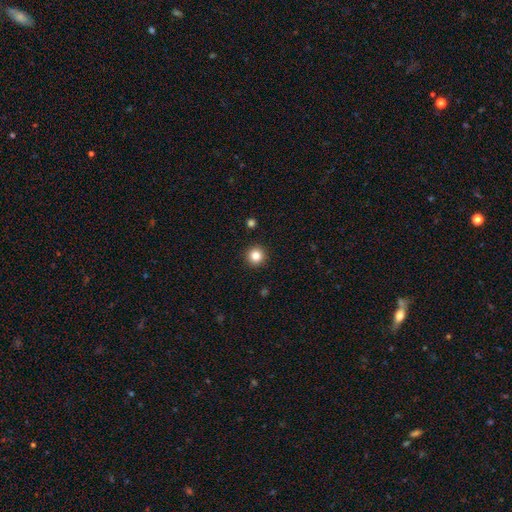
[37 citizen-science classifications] This appears to be a smooth galaxy with no disk features (86%) that is round (97%). Merging: none (94%).